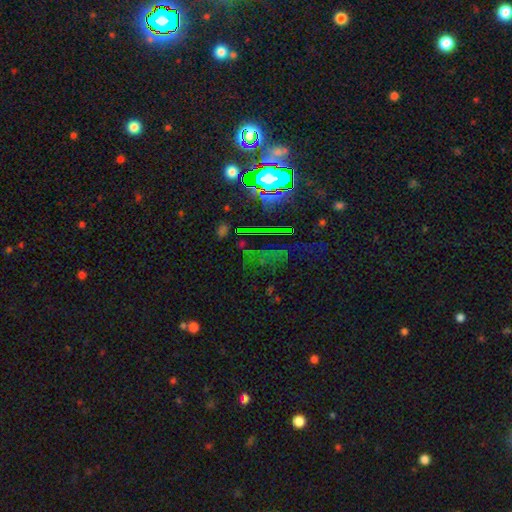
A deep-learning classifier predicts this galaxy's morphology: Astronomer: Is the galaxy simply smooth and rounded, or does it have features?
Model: star or artifact — 76%.